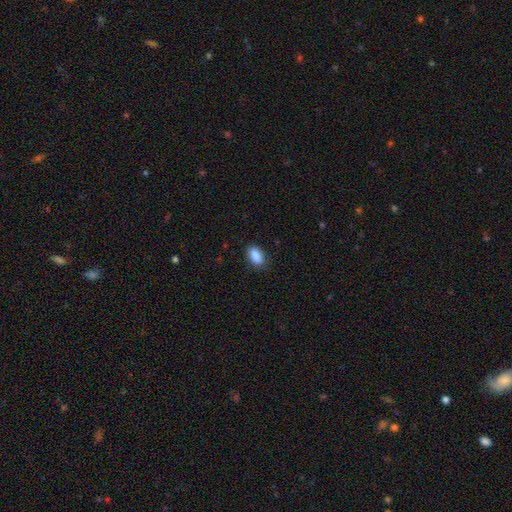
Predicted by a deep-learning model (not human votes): The model was most divided on "merging": none: 84%, minor disturbance: 12%, major disturbance: 3%, merger: 1%. More confident: how rounded — in between (91%); smooth or featured — smooth (89%).